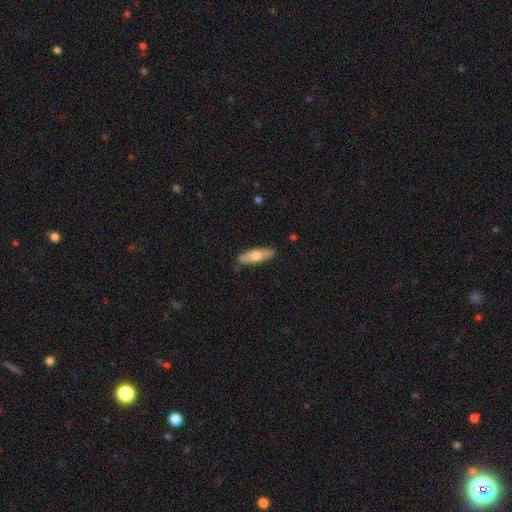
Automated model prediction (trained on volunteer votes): Smooth or featured? smooth (63%)
How rounded? cigar-shaped (55%)
Merging? none (87%)